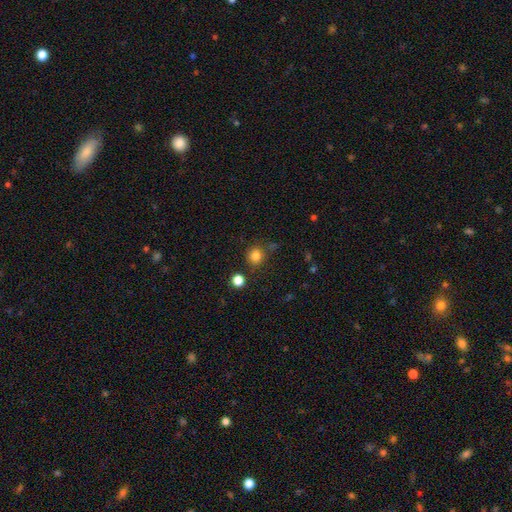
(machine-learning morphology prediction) Overall: smooth (81%). How rounded: round (87%). Merging: none (77%).